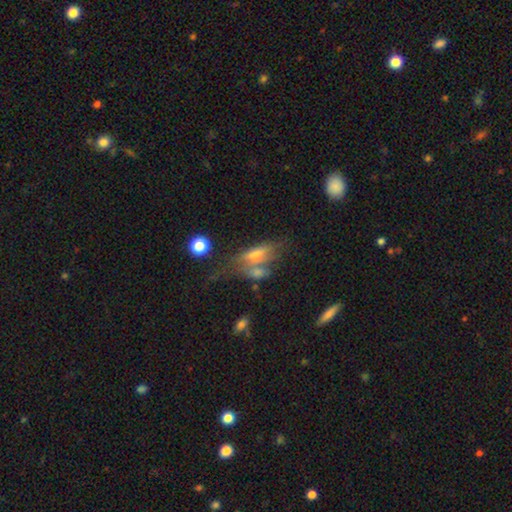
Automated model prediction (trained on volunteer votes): smooth 53%, featured or disk 35%, star or artifact 12%. Down the decision tree: how rounded — in between (74%); merging — merger (34%).